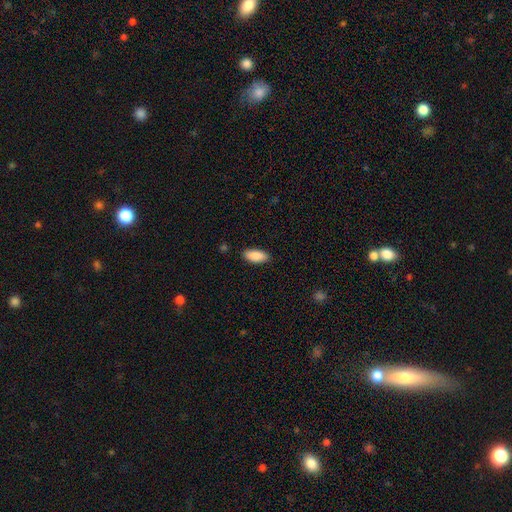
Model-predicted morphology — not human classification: smooth_or_featured: smooth (p=0.89) [alt: star or artifact p=0.06]
how_rounded: in between (p=0.87) [alt: cigar-shaped p=0.12]
merging: none (p=0.88) [alt: minor disturbance p=0.09]